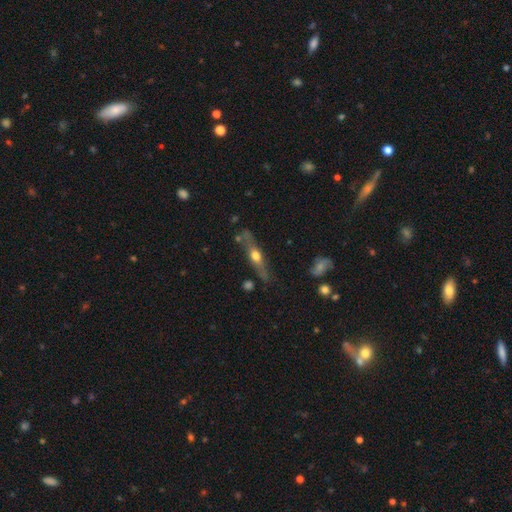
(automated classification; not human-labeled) smooth-or-featured: featured or disk: 60% | smooth: 33% | star or artifact: 7%
  disk-edge-on: yes: 85% | no: 15%
    edge-on-bulge: rounded: 92% | none: 4% | boxy: 3%
  merging: none: 71% | minor disturbance: 18% | major disturbance: 6% | merger: 5%